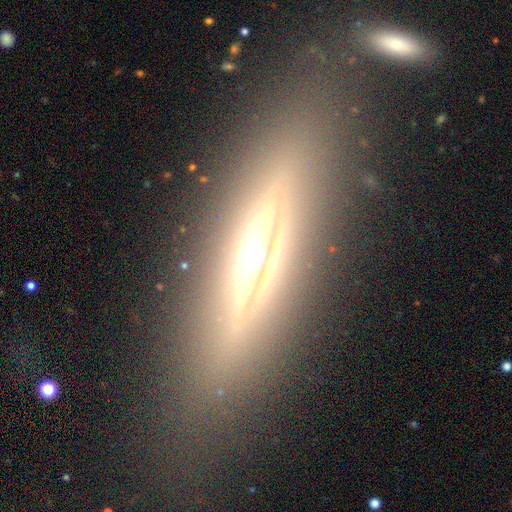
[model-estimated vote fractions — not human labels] Smooth or featured? featured or disk (75%)
Edge-on disk? yes (93%)
Edge-on bulge? rounded (77%)
Merging? none (84%)